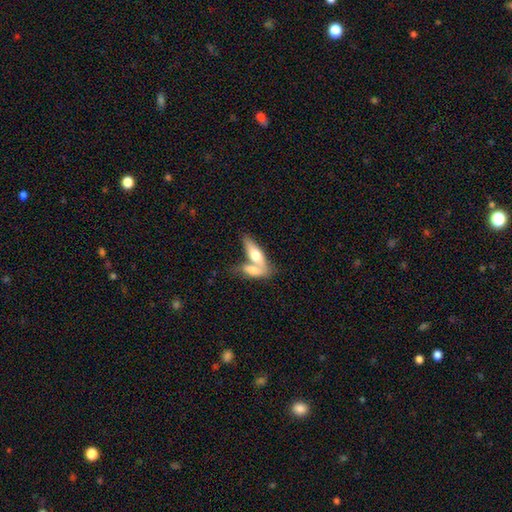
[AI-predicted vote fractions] A smooth galaxy with no disk features (63%) that is in between round and cigar-shaped (69%). Merging: merger (68%).